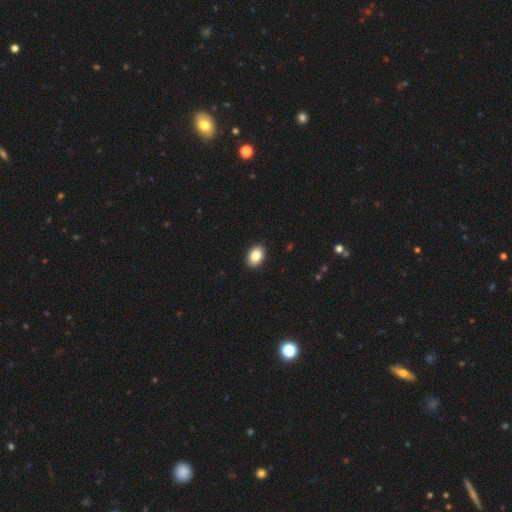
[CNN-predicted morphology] A smooth galaxy with no disk features (86%) that is in between round and cigar-shaped (84%).

Vote fractions:
- Smooth or featured? smooth: 86% / star or artifact: 8% / featured or disk: 6%
- How rounded? in between: 84% / round: 15% / cigar-shaped: 1%
- Merging? none: 92% / minor disturbance: 6% / major disturbance: 2% / merger: 1%